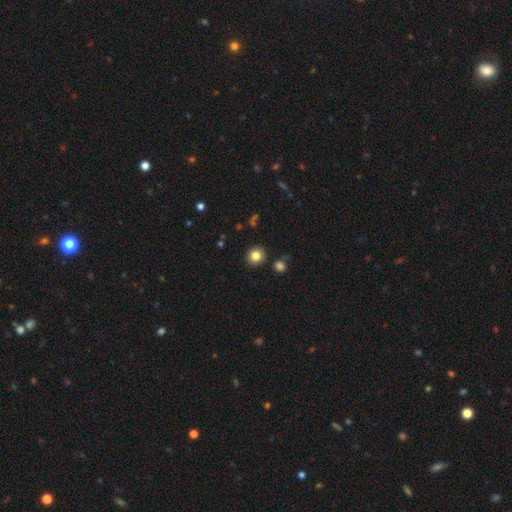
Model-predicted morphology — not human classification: Smooth or featured? smooth (82%)
How rounded? round (89%)
Merging? none (88%)